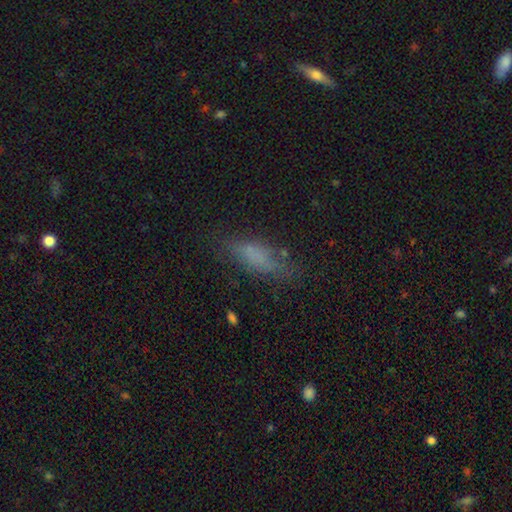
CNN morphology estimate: type=smooth (69%); roundness=in between (53%); merging=none (64%).